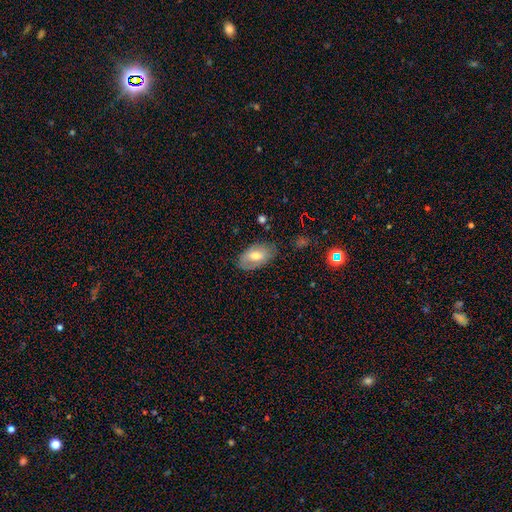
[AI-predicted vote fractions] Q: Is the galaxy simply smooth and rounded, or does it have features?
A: smooth — 63%.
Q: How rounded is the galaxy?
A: in between — 93%.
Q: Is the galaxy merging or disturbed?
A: none — 74%.